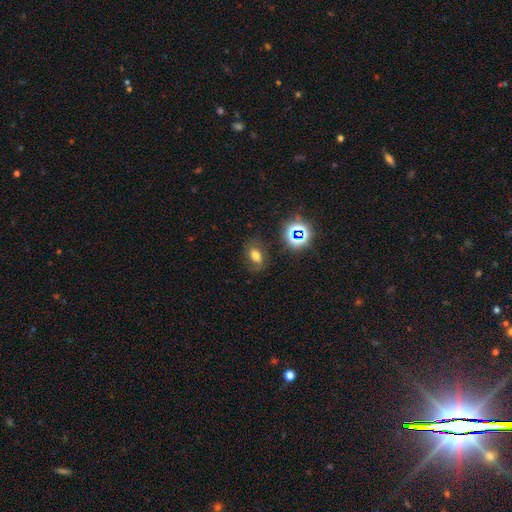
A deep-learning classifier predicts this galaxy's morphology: smooth_or_featured: smooth (p=0.54) [alt: star or artifact p=0.23]
how_rounded: in between (p=0.77) [alt: round p=0.21]
merging: none (p=0.72) [alt: minor disturbance p=0.18]